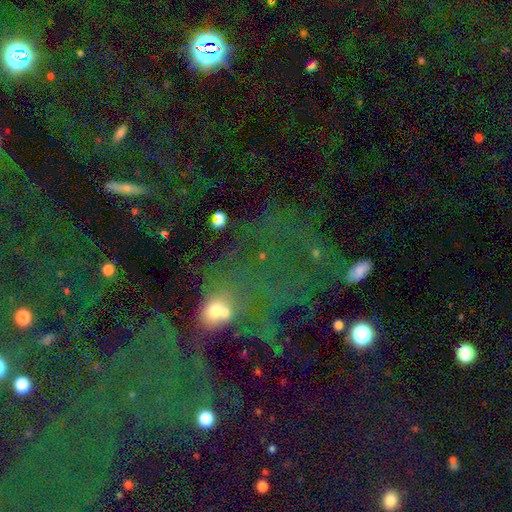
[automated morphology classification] Overall: star or artifact (57%; smooth 25%).